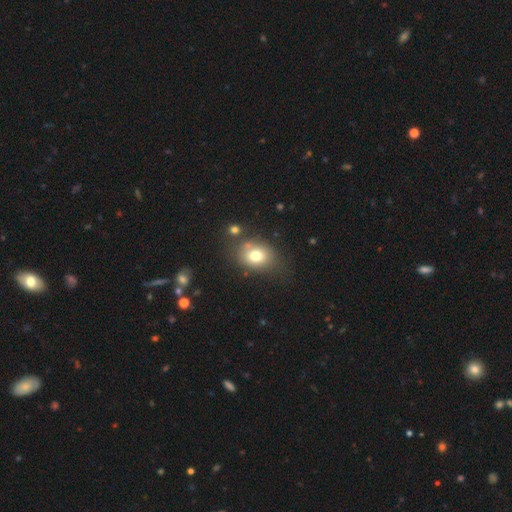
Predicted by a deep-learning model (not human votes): Smooth or featured? Predicted: smooth (p=0.75). How rounded? Predicted: in between (p=0.58). Merging? Predicted: none (p=0.65).